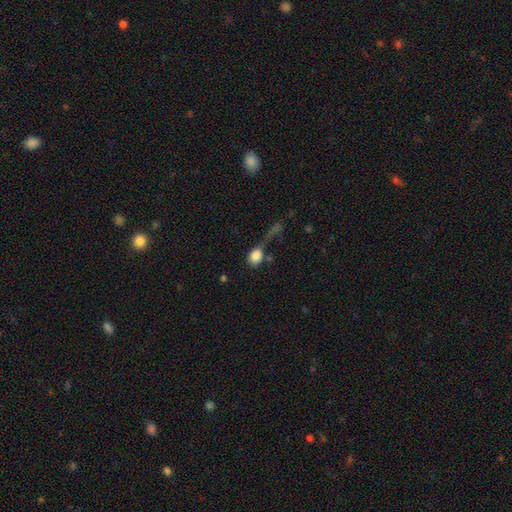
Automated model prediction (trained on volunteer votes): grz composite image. It shows a smooth galaxy with no disk features (82%) that is in between round and cigar-shaped (56%). Merging: major disturbance (33%).